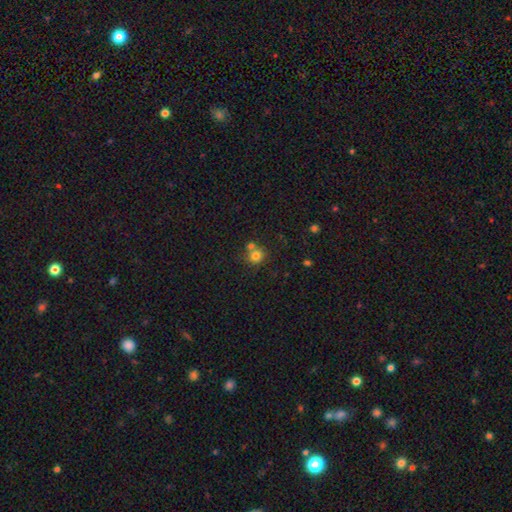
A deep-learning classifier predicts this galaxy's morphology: Overall: smooth (78%). How rounded: round (89%). Merging: none (61%; merger 28%).